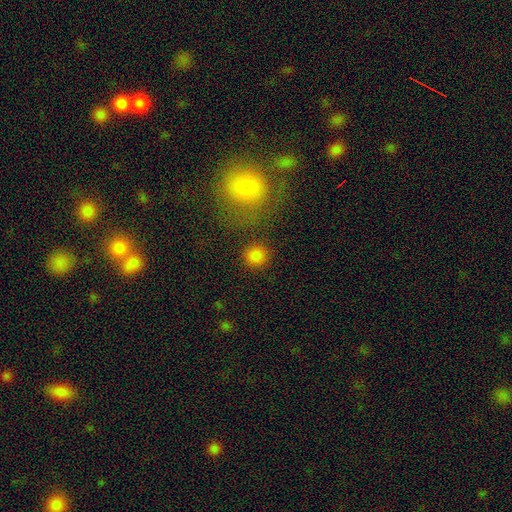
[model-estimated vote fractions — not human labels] Smooth or featured: smooth — 84% (star or artifact — 12%)
How rounded: round — 91% (in between — 8%)
Merging: none — 84% (minor disturbance — 7%)